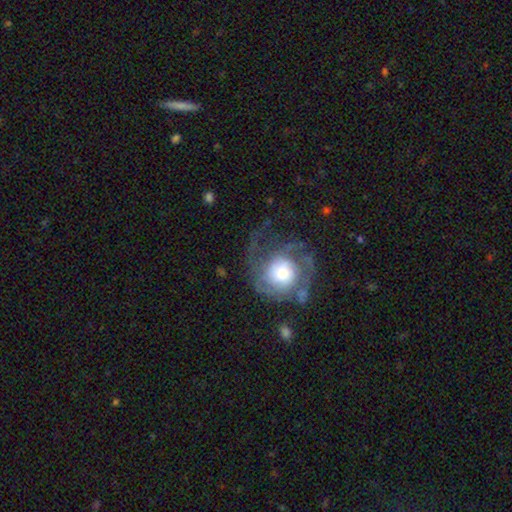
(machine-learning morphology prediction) smooth-or-featured: featured or disk: 74% | smooth: 17% | star or artifact: 9%
  disk-edge-on: no: 98% | yes: 2%
    bar: no: 77% | weak: 19% | strong: 4%
    has-spiral-arms: yes: 89% | no: 11%
      spiral-winding: tight: 45% | medium: 38% | loose: 17%
      spiral-arm-count: 2: 51% | can't tell: 19% | 1: 13% | 3: 10% | 4: 4% | more than 4: 4%
    bulge-size: moderate: 44% | large: 40% | small: 8% | dominant: 6% | none: 2%
  merging: none: 59% | major disturbance: 20% | minor disturbance: 18% | merger: 3%